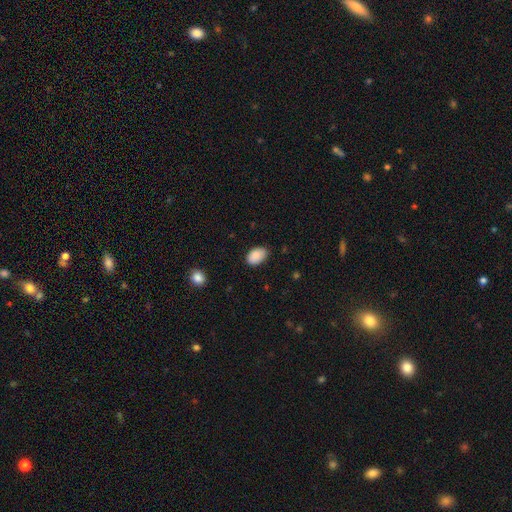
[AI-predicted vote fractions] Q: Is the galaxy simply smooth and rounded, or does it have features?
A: smooth — 89%.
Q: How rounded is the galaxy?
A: in between — 90%.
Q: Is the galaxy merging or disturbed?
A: none — 82%.